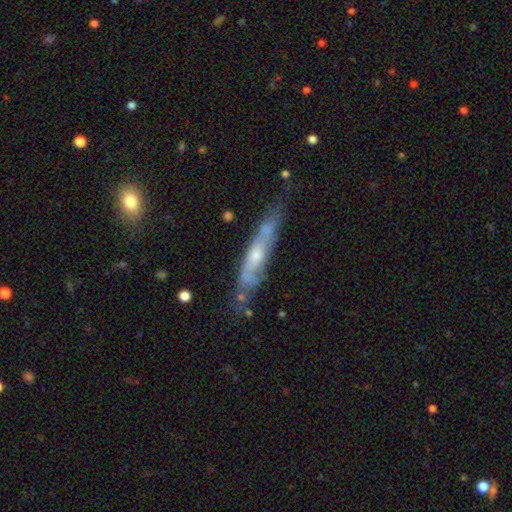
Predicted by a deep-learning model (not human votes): Smooth or featured?
  - featured or disk: 66% *
  - smooth: 27%
  - star or artifact: 7%
Edge-on disk?
  - yes: 55% *
  - no: 45%
Merging?
  - none: 58% *
  - minor disturbance: 27%
  - major disturbance: 9%
  - merger: 7%